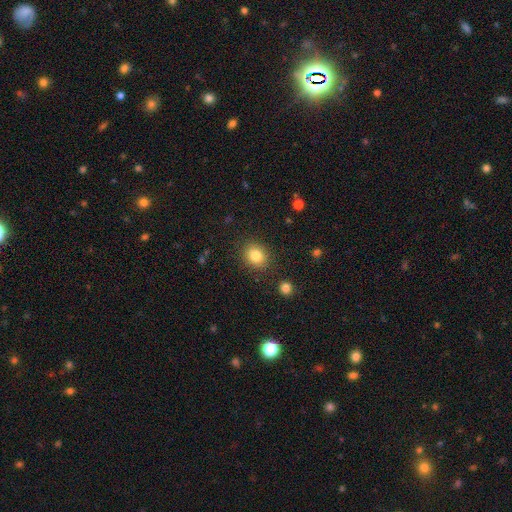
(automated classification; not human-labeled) This appears to be a smooth galaxy with no disk features (83%) that is round (66%). Merging: none (87%).